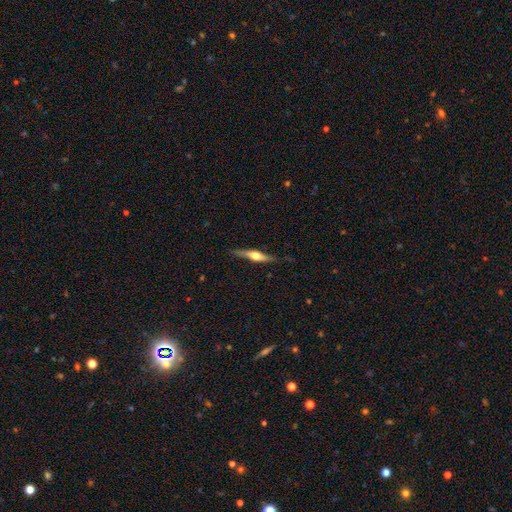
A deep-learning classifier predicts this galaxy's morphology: featured or disk 64%, smooth 31%, star or artifact 5%. Down the decision tree: edge-on disk — yes (94%); edge-on bulge — rounded (92%); merging — none (78%).